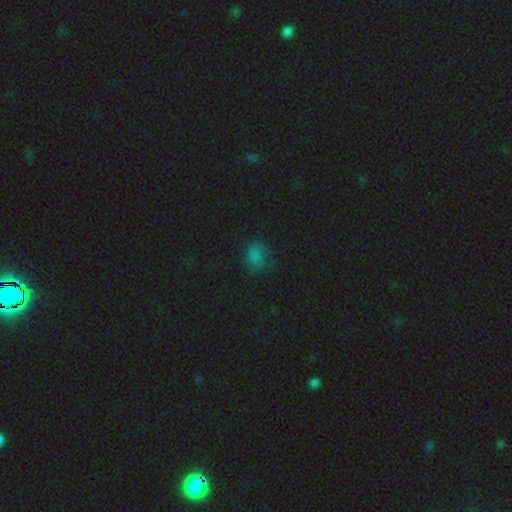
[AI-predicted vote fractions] smooth_or_featured: smooth (p=0.68) [alt: star or artifact p=0.26]
how_rounded: in between (p=0.54) [alt: round p=0.44]
merging: none (p=0.72) [alt: minor disturbance p=0.20]